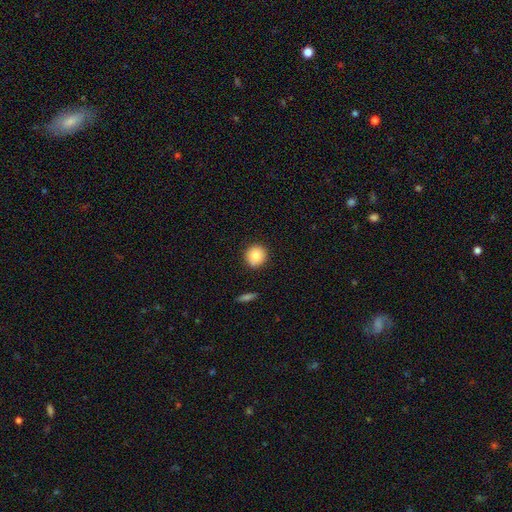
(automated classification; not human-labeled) smooth-or-featured: smooth: 83% | star or artifact: 8% | featured or disk: 8%
  how-rounded: round: 93% | in between: 6% | cigar-shaped: 1%
  merging: none: 87% | minor disturbance: 8% | merger: 2% | major disturbance: 2%